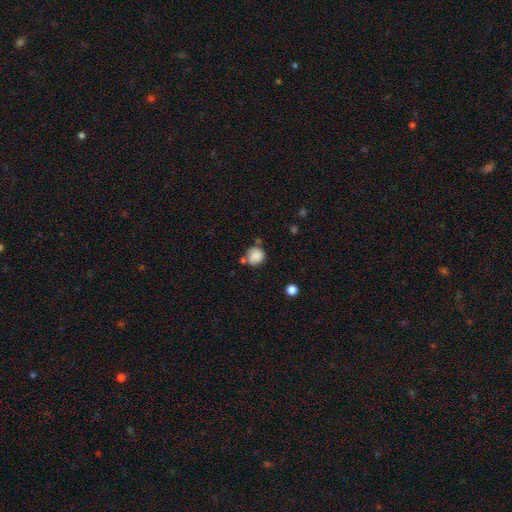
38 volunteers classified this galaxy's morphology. A smooth galaxy with no disk features (87%) that is round (88%).

Vote fractions:
- Smooth or featured? smooth: 87% / featured or disk: 11% / star or artifact: 3%
- How rounded? round: 88% / in between: 12% / cigar-shaped: 0%
- Merging? none: 51% / minor disturbance: 30% / merger: 16% / major disturbance: 3%